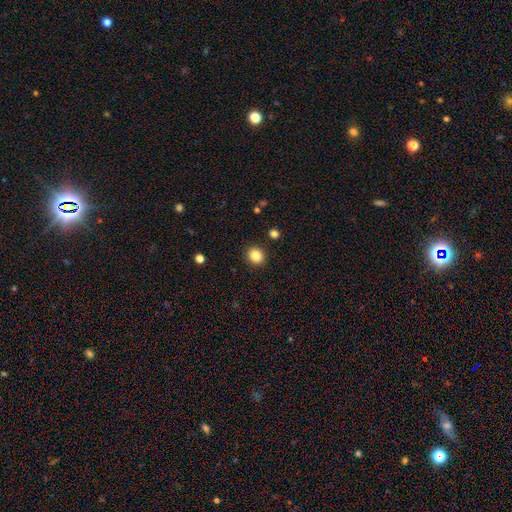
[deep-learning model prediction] smooth 86%, star or artifact 10%, featured or disk 4%. Down the decision tree: how rounded — round (76%); merging — none (89%).